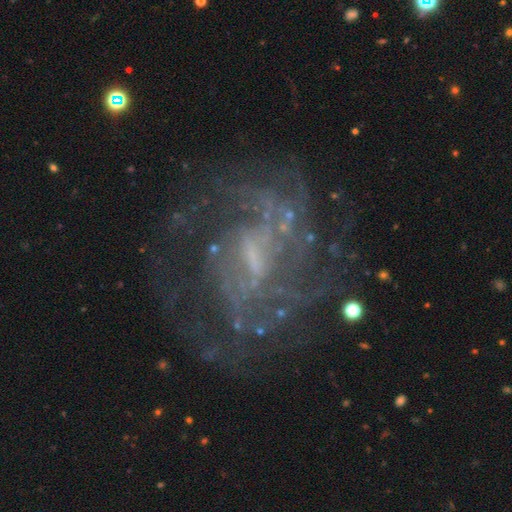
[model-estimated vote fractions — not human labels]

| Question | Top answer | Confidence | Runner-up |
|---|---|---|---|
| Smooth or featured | featured or disk | 80% | star or artifact (13%) |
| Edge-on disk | no | 97% | yes (3%) |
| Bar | weak | 51% | no (27%) |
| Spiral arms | yes | 81% | no (19%) |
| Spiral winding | medium | 40% | tied: tight (40%) |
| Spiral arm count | can't tell | 49% | 2 (19%) |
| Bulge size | small | 47% | none (30%) |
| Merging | none | 63% | major disturbance (18%) |